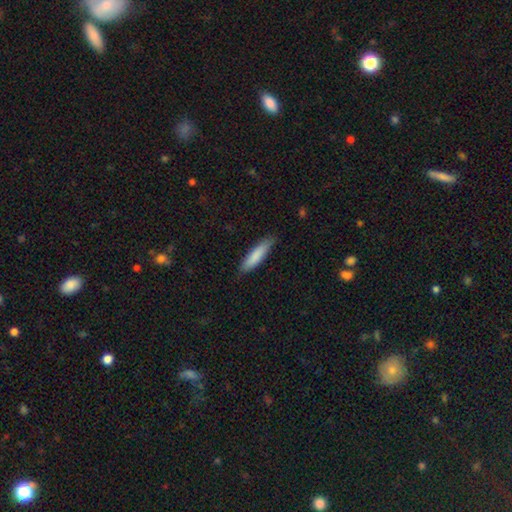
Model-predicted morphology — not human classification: This appears to be a smooth galaxy with no disk features (84%) that is cigar-shaped (77%). Merging: none (82%).